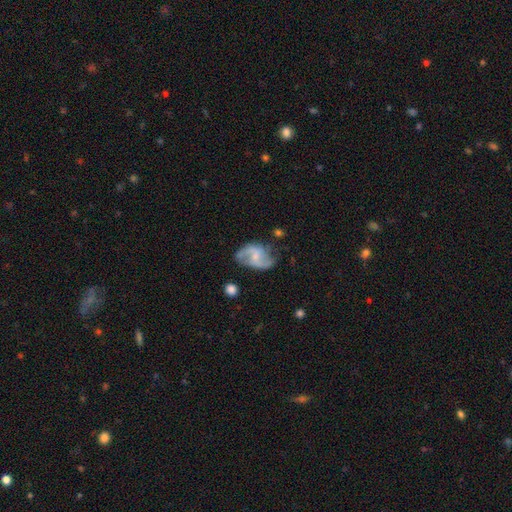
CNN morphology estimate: type=featured or disk (78%); edge-on=no (97%); bar=weak (47%); spiral arms=yes (92%); winding=loose (55%); arm count=2 (87%); bulge=small (54%); merging=none (61%).